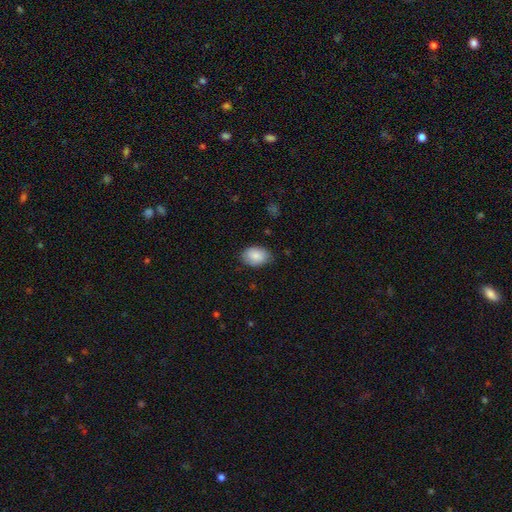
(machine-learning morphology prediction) type=smooth (86%); roundness=in between (82%); merging=none (76%).